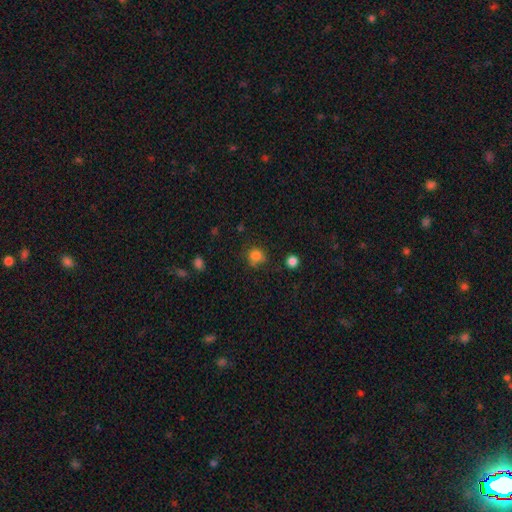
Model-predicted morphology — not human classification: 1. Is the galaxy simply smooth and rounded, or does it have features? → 81% smooth, 13% star or artifact, 5% featured or disk.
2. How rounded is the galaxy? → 83% round, 16% in between, 1% cigar-shaped.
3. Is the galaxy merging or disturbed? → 70% none, 20% minor disturbance, 7% major disturbance, 4% merger.